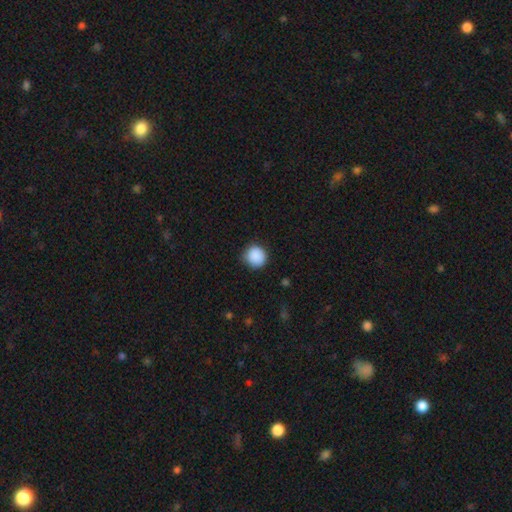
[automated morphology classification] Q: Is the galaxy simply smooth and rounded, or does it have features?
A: smooth — 89%.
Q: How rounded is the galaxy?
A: round — 93%.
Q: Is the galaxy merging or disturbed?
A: none — 86%.